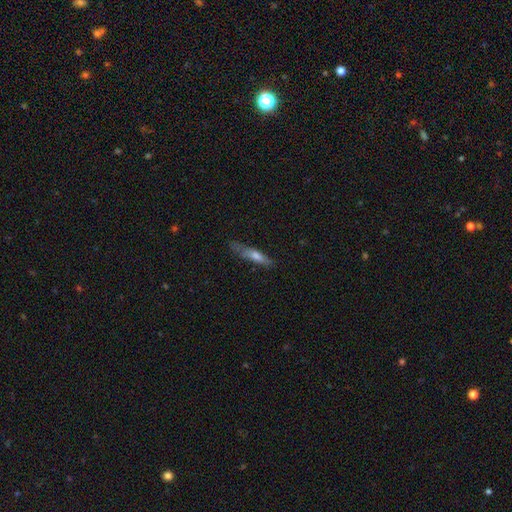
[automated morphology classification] Q: Smooth or featured?
A: smooth (53%); runner-up: featured or disk (39%)
Q: How rounded?
A: cigar-shaped (84%); runner-up: in between (15%)
Q: Merging?
A: none (63%); runner-up: minor disturbance (25%)